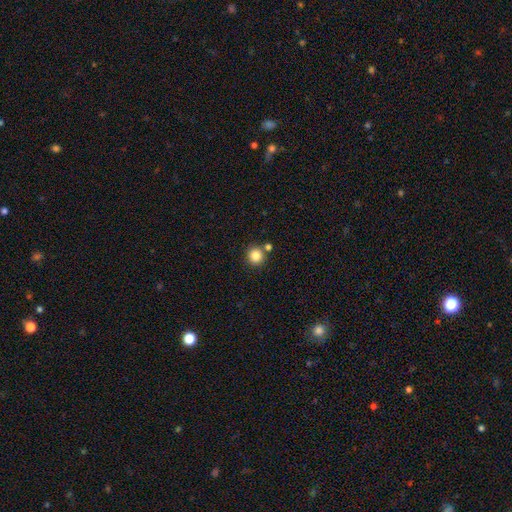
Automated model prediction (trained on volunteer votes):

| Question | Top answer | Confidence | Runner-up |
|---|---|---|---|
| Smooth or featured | smooth | 84% | star or artifact (11%) |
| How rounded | round | 94% | in between (5%) |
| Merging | none | 79% | merger (12%) |